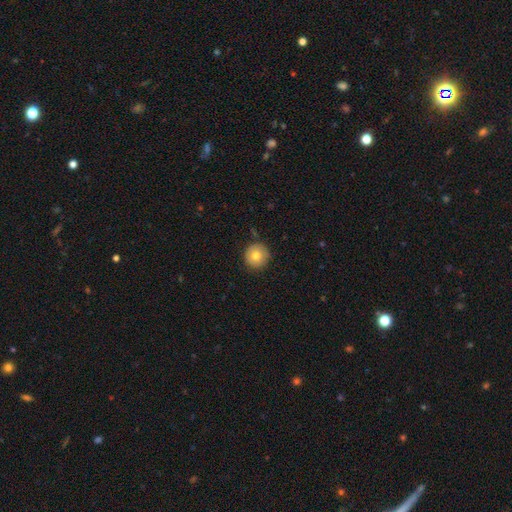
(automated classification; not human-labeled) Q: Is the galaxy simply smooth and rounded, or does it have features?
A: smooth — 78%.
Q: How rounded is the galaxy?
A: round — 95%.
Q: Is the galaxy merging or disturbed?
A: none — 88%.